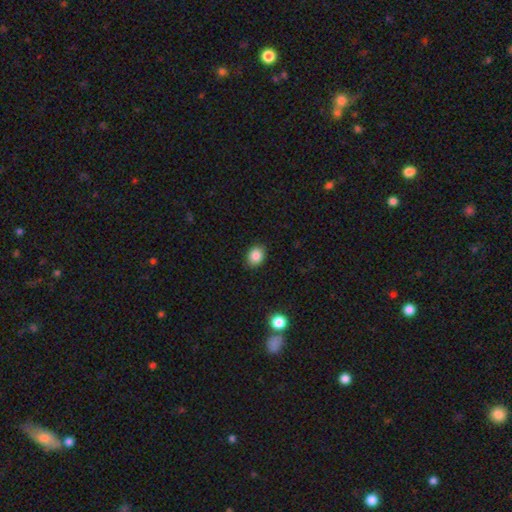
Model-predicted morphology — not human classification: Smooth or featured: smooth — 86% (star or artifact — 9%)
How rounded: in between — 62% (round — 37%)
Merging: none — 88% (minor disturbance — 9%)